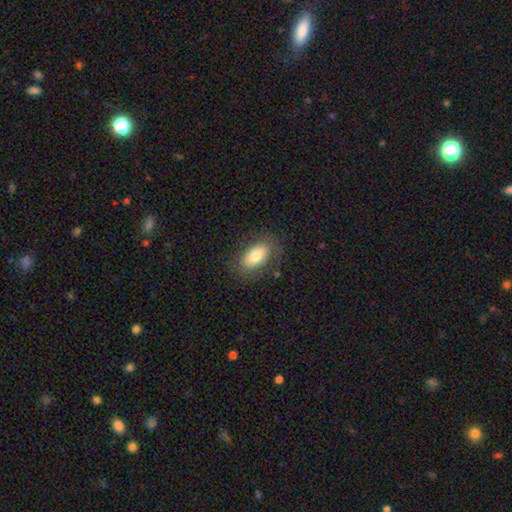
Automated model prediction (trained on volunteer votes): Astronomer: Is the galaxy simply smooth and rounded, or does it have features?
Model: smooth — 76%.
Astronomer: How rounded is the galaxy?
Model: in between — 91%.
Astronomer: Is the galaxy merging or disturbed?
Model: none — 79%.